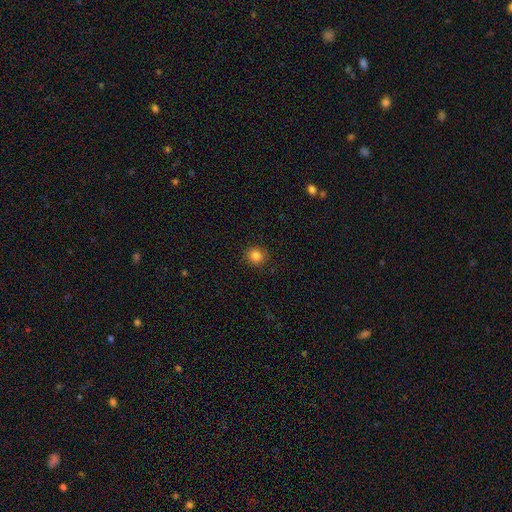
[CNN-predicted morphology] The model was most divided on "smooth or featured": smooth: 84%, star or artifact: 11%, featured or disk: 5%. More confident: merging — none (91%); how rounded — round (90%).